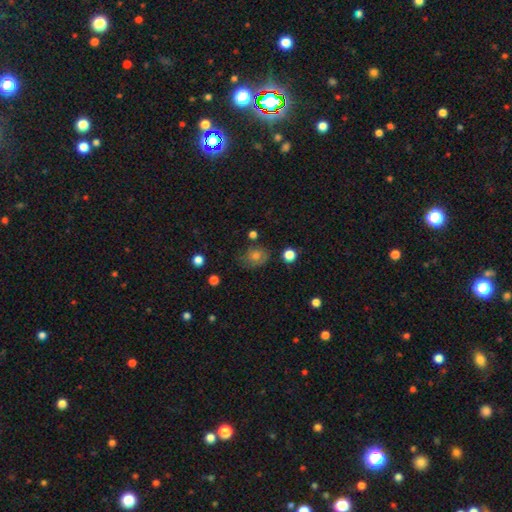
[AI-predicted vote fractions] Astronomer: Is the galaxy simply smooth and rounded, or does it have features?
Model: smooth — 63%.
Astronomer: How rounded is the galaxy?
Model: round — 58% (runner-up: in between, 41%).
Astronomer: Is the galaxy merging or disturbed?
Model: none — 68%.